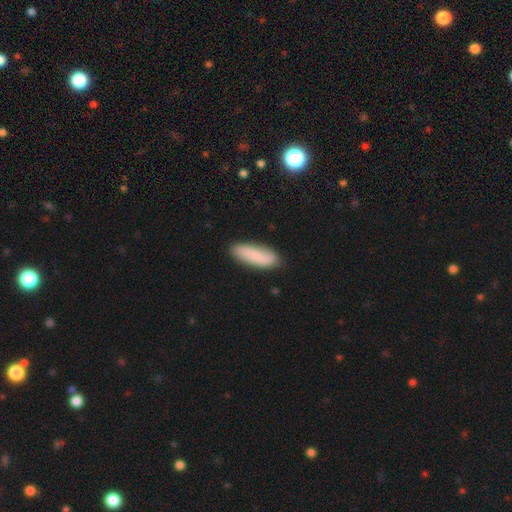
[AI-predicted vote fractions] The model was most divided on "how rounded": in between: 57%, cigar-shaped: 41%, round: 2%. More confident: merging — none (85%); smooth or featured — smooth (69%).